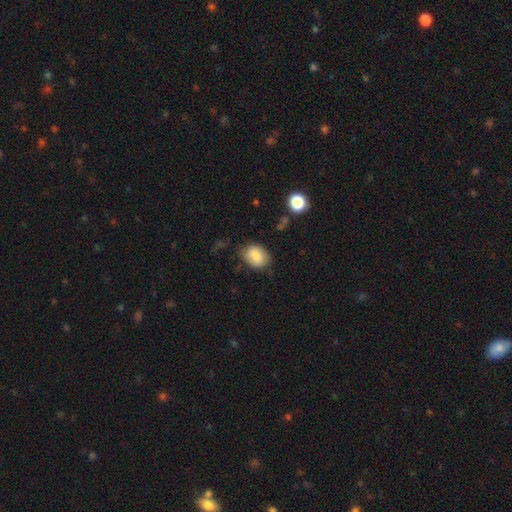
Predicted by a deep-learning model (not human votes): This is clearly a smooth galaxy (81%). How rounded: likely in between (65%). Merging: likely none (74%).